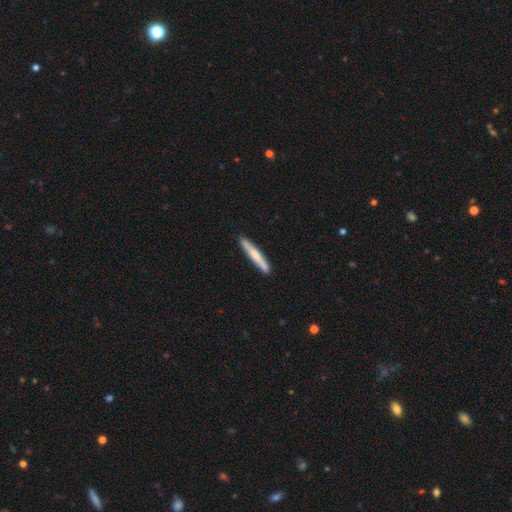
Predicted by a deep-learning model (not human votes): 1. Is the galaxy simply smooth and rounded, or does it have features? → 60% smooth, 35% featured or disk, 5% star or artifact.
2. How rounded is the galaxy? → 95% cigar-shaped, 4% in between, 1% round.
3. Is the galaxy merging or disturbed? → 89% none, 8% minor disturbance, 1% major disturbance, 1% merger.